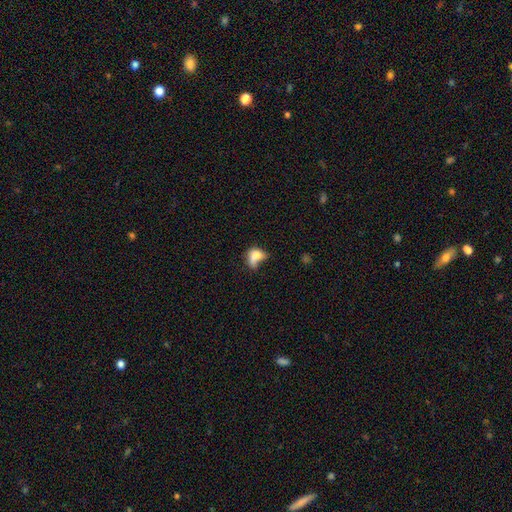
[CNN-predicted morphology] A smooth galaxy with no disk features (70%) that is in between round and cigar-shaped (69%). Merging: major disturbance (33%).